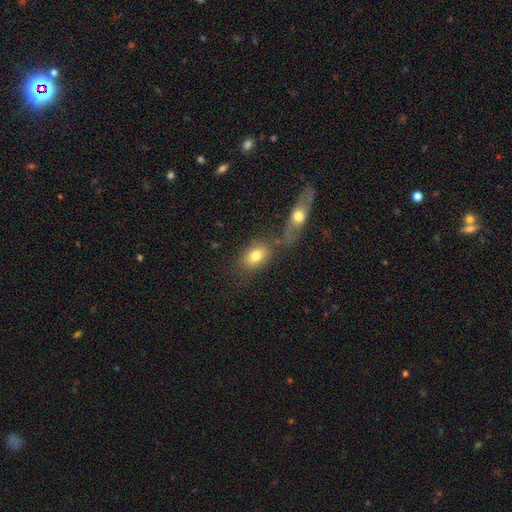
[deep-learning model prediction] smooth 77%, featured or disk 15%, star or artifact 9%. Down the decision tree: how rounded — in between (79%); merging — none (60%).